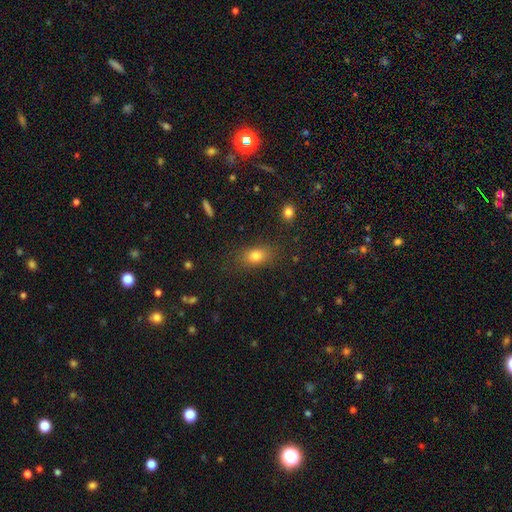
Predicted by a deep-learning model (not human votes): This is likely a smooth galaxy (79%). How rounded: likely in between (73%). Merging: clearly none (81%).